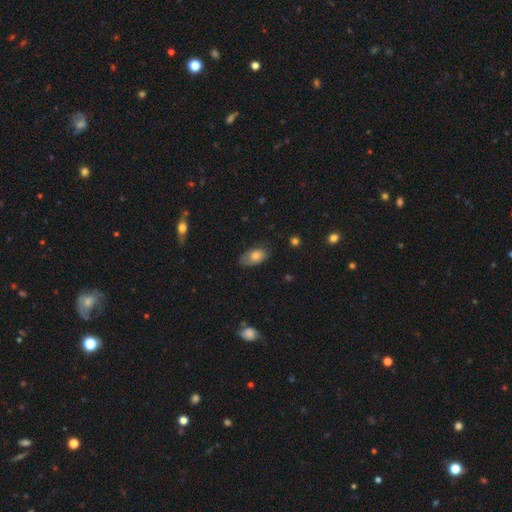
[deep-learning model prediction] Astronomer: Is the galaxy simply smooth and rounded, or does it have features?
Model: smooth — 78%.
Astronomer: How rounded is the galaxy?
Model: in between — 91%.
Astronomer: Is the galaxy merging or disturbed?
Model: none — 58%.